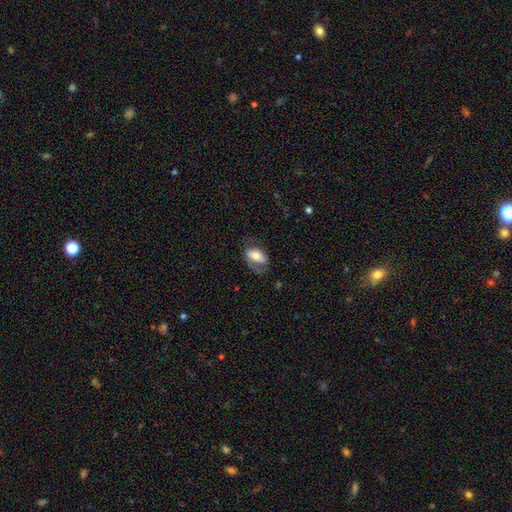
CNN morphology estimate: Q: Smooth or featured?
A: smooth (54%); runner-up: featured or disk (39%)
Q: How rounded?
A: in between (90%); runner-up: round (8%)
Q: Merging?
A: none (52%); runner-up: minor disturbance (25%)